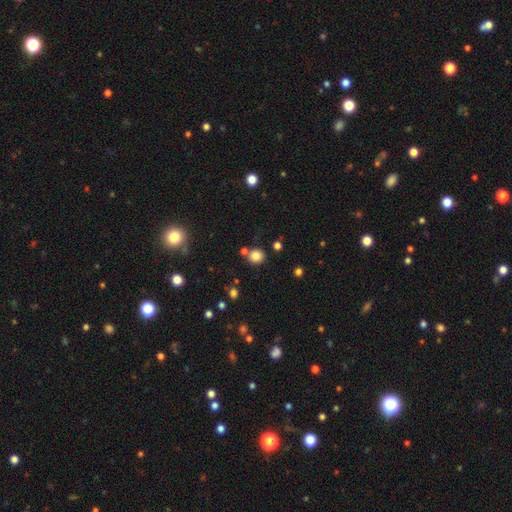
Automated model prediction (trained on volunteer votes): Smooth or featured: smooth — 81% (star or artifact — 13%)
How rounded: round — 85% (in between — 14%)
Merging: none — 76% (merger — 12%)